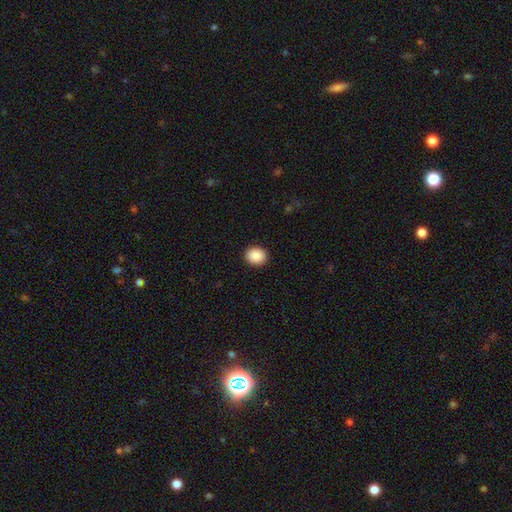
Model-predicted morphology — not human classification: Smooth or featured?
  - smooth: 89% *
  - star or artifact: 8%
  - featured or disk: 3%
How rounded?
  - round: 67% *
  - in between: 33%
  - cigar-shaped: 1%
Merging?
  - none: 92% *
  - minor disturbance: 6%
  - major disturbance: 2%
  - merger: 1%